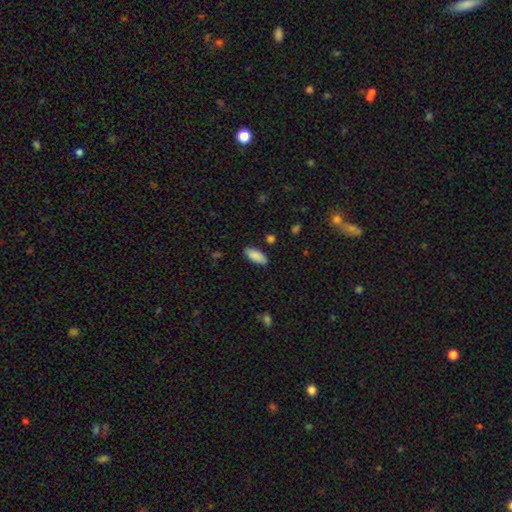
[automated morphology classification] smooth_or_featured: smooth (p=0.89) [alt: star or artifact p=0.06]
how_rounded: in between (p=0.84) [alt: cigar-shaped p=0.14]
merging: none (p=0.85) [alt: minor disturbance p=0.11]